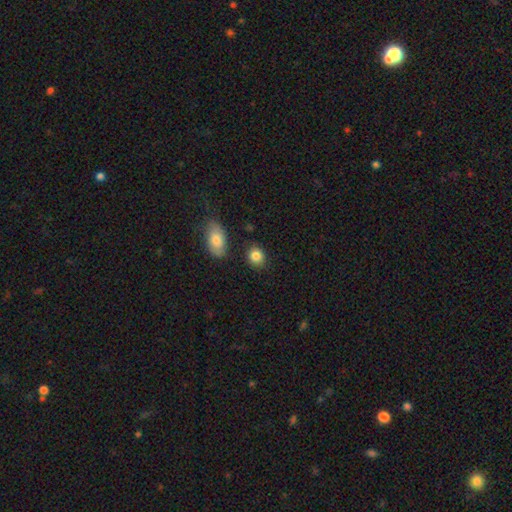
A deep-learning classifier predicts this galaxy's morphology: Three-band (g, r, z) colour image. It shows a smooth galaxy with no disk features (86%) that is round (61%). Merging: none (83%).